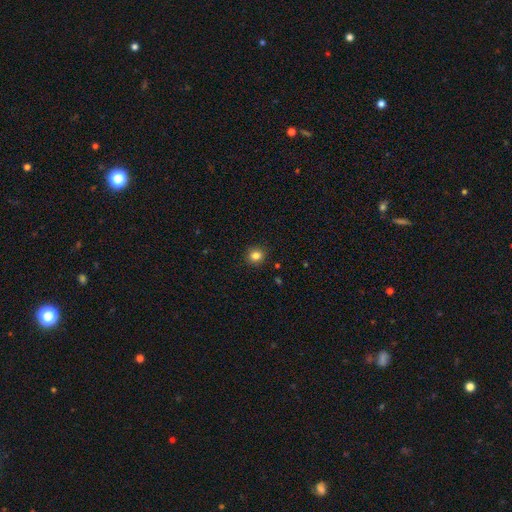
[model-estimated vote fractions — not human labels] Smooth or featured? Predicted: smooth (p=0.84). How rounded? Predicted: round (p=0.88). Merging? Predicted: none (p=0.91).